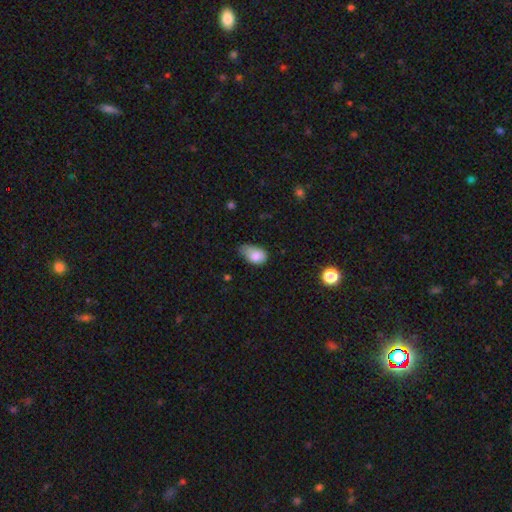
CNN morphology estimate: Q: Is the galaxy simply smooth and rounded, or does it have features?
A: smooth — 80%.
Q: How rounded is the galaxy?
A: in between — 85%.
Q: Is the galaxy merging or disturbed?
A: minor disturbance — 49%.